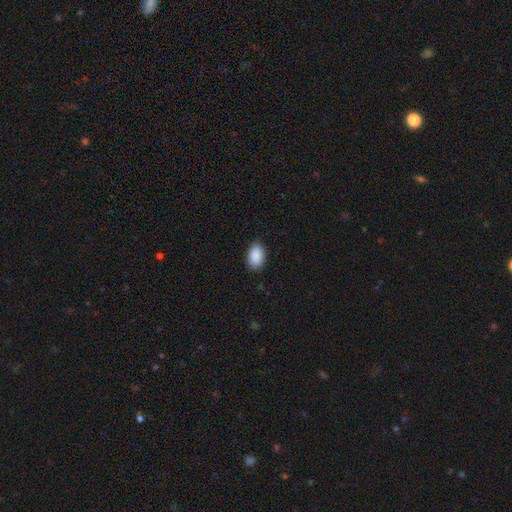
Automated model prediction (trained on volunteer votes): Morphology: type=smooth (91%); roundness=in between (91%); merging=none (86%).